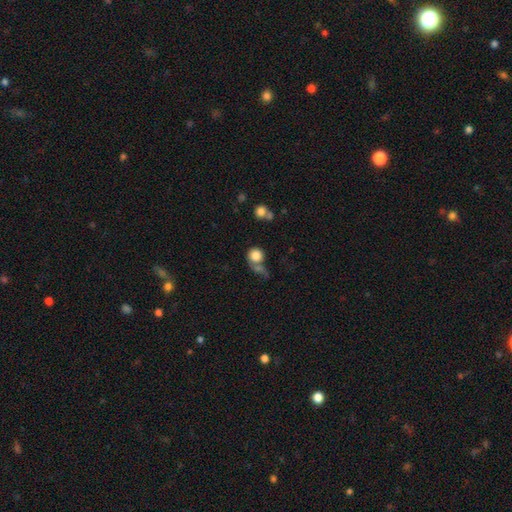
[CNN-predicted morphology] Q: Smooth or featured?
A: smooth (81%); runner-up: star or artifact (10%)
Q: How rounded?
A: round (89%); runner-up: in between (10%)
Q: Merging?
A: none (46%); runner-up: merger (29%)